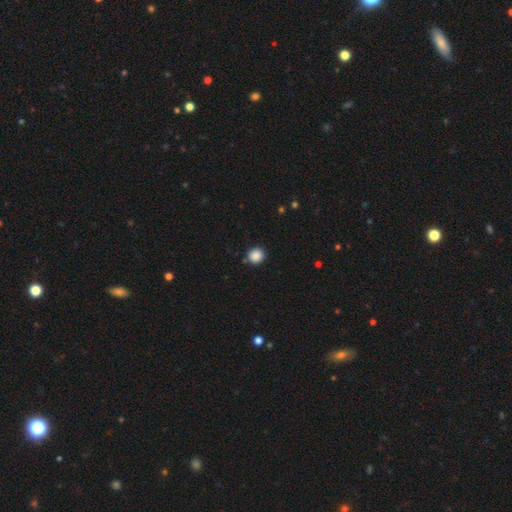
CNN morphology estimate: Smooth or featured? smooth (87%)
How rounded? round (92%)
Merging? none (88%)